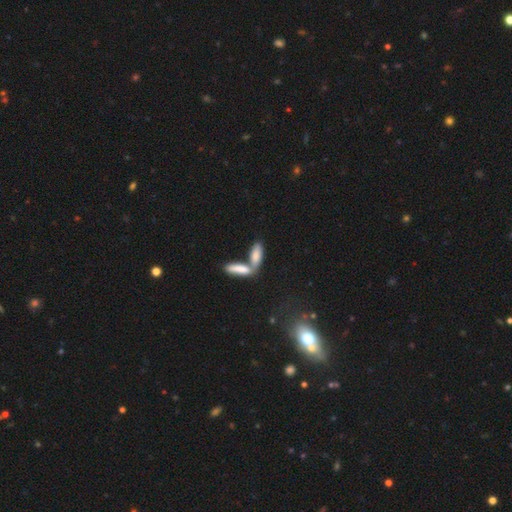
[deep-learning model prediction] Overall: smooth (78%). How rounded: in between (55%; cigar-shaped 42%). Merging: merger (57%; none 32%).